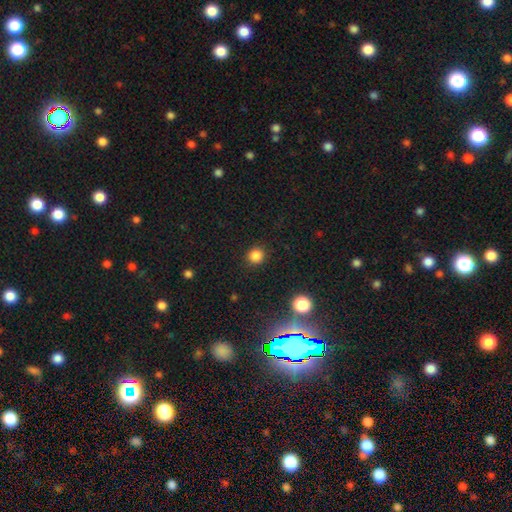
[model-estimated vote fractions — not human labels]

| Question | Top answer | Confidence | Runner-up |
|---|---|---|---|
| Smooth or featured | smooth | 84% | star or artifact (13%) |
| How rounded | round | 91% | in between (8%) |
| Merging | none | 90% | minor disturbance (6%) |